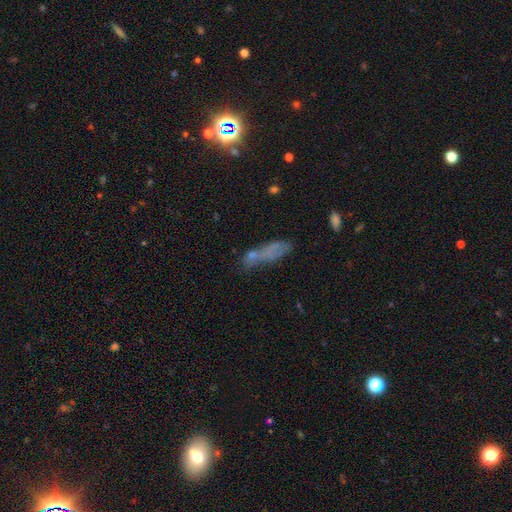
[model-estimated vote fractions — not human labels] A smooth galaxy with no disk features (61%) that is cigar-shaped (56%). Merging: none (40%).